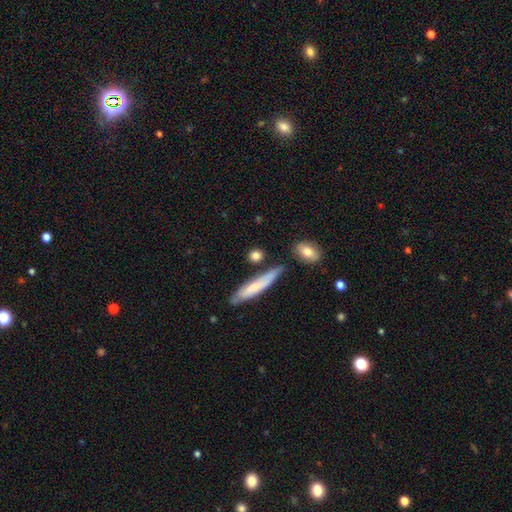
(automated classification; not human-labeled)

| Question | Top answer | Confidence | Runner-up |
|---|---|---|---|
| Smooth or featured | smooth | 79% | featured or disk (13%) |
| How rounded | round | 50% | cigar-shaped (28%) |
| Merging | none | 76% | minor disturbance (12%) |